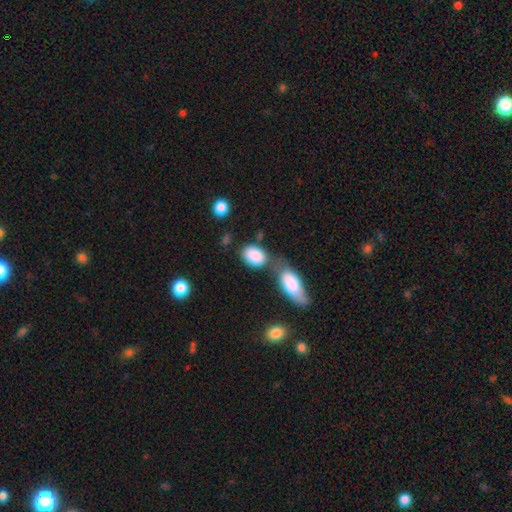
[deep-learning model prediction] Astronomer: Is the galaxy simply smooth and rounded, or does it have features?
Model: smooth — 87%.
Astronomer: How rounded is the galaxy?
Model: in between — 82%.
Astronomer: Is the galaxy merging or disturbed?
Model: none — 45% (runner-up: merger, 32%).